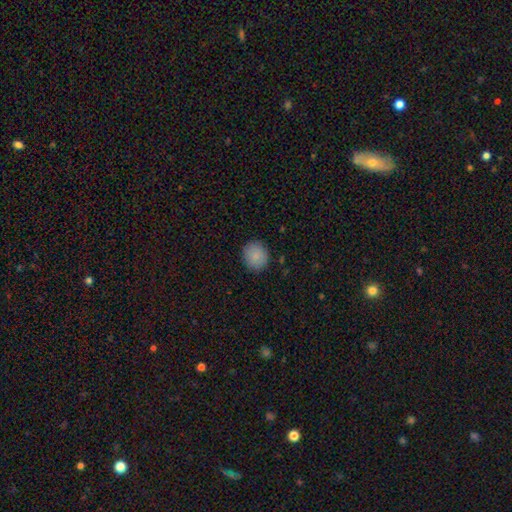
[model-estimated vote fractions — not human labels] This is clearly a smooth galaxy (88%). How rounded: likely round (78%). Merging: clearly none (88%).